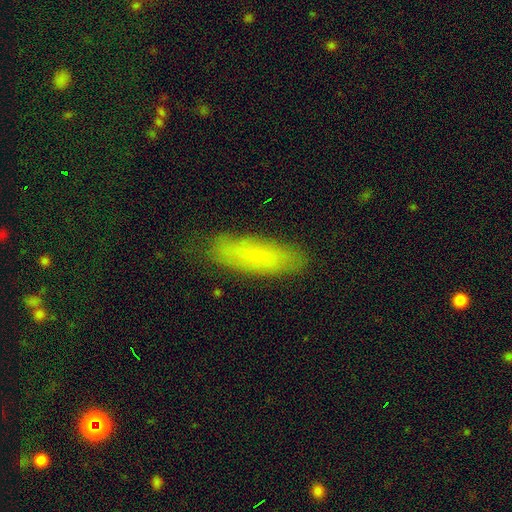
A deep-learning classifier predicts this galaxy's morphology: A smooth galaxy with no disk features (52%) that is cigar-shaped (58%). Merging: none (78%).